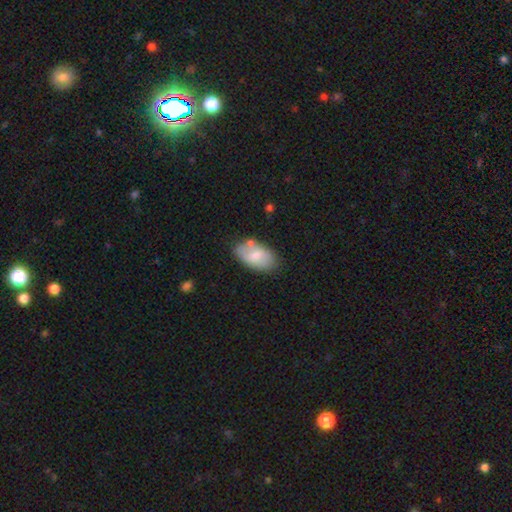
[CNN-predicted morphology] A smooth galaxy with no disk features (70%) that is in between round and cigar-shaped (94%).

Vote fractions:
- Smooth or featured? smooth: 70% / featured or disk: 24% / star or artifact: 6%
- How rounded? in between: 94% / round: 4% / cigar-shaped: 2%
- Merging? none: 68% / minor disturbance: 19% / merger: 8% / major disturbance: 4%